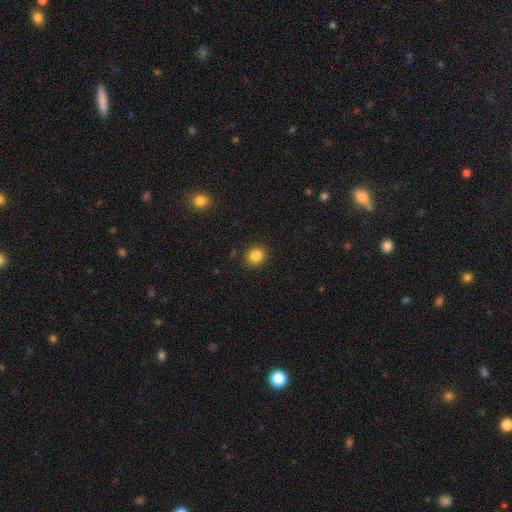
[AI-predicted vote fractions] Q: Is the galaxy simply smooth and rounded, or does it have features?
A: smooth — 85%.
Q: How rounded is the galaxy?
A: round — 82%.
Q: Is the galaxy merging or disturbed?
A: none — 90%.